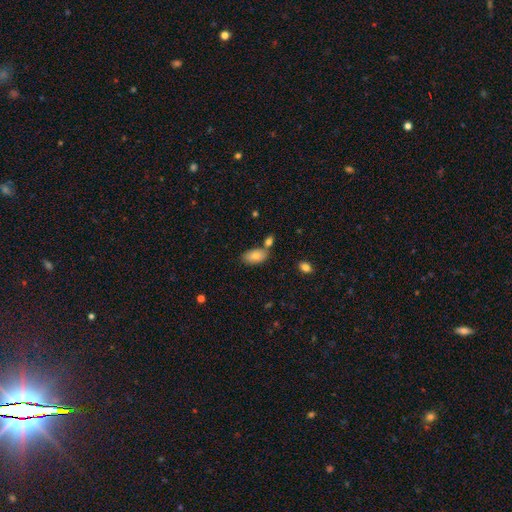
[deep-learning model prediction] smooth-or-featured: smooth: 80% | featured or disk: 12% | star or artifact: 8%
  how-rounded: in between: 93% | round: 4% | cigar-shaped: 2%
  merging: none: 63% | merger: 19% | minor disturbance: 15% | major disturbance: 4%